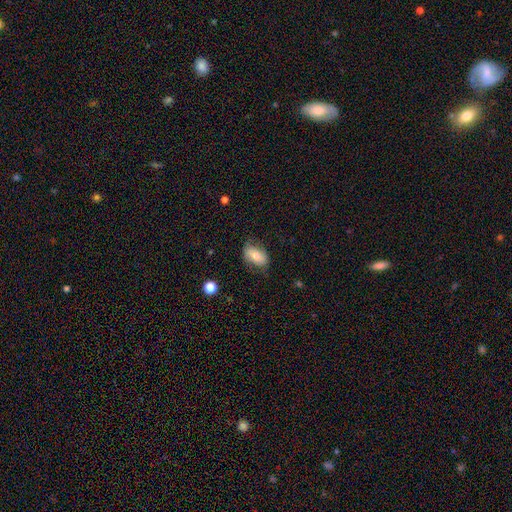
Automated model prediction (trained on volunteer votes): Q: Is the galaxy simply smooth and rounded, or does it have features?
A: smooth — 66%.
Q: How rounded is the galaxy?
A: in between — 88%.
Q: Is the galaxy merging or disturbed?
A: none — 71%.